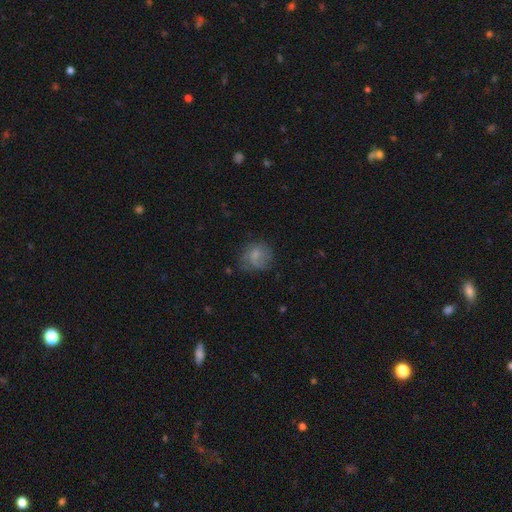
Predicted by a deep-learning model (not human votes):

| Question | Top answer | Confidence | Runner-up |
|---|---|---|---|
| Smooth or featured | smooth | 62% | featured or disk (28%) |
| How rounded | round | 75% | in between (24%) |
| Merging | none | 55% | minor disturbance (26%) |